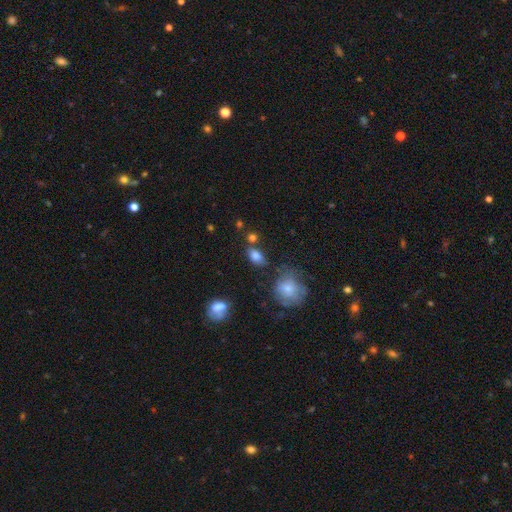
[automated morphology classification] smooth 82%, star or artifact 11%, featured or disk 7%. Down the decision tree: how rounded — in between (84%); merging — none (65%).